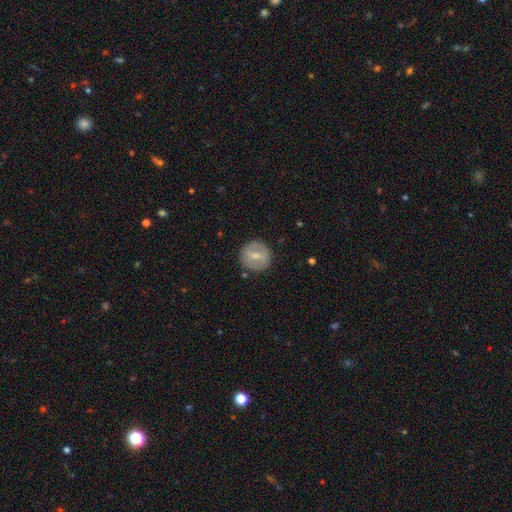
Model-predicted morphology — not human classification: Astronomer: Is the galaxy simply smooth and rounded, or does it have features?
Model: smooth — 55% (runner-up: featured or disk, 38%).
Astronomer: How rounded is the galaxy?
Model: round — 91%.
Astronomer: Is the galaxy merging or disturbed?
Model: none — 86%.